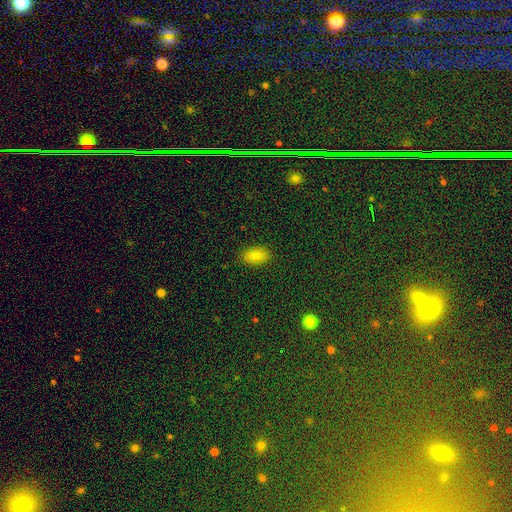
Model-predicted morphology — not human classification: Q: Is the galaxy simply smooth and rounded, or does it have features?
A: smooth — 82%.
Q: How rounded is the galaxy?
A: in between — 92%.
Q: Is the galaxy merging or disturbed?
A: none — 87%.